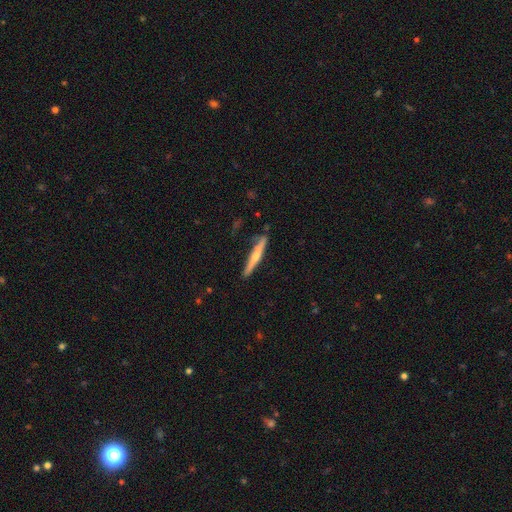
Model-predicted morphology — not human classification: This is possibly a featured or disk galaxy (49%). Merging: clearly none (82%).